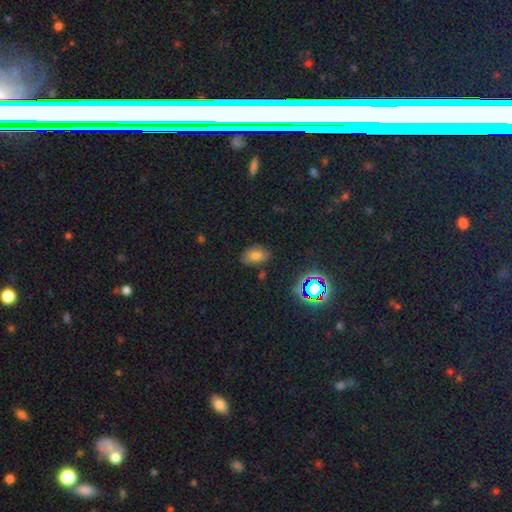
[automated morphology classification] Smooth or featured: smooth — 68% (star or artifact — 21%)
How rounded: in between — 85% (round — 14%)
Merging: none — 75% (minor disturbance — 18%)